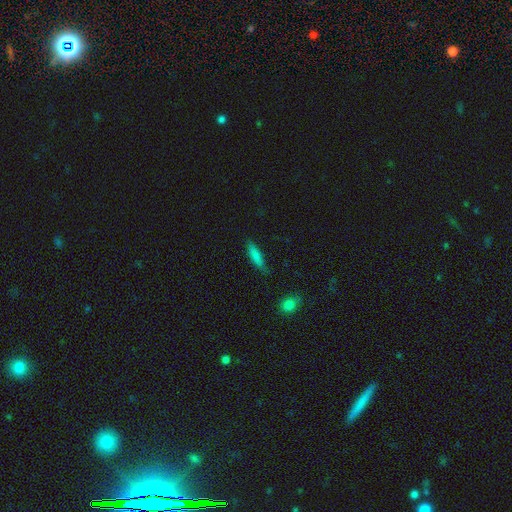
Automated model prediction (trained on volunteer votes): smooth_or_featured: smooth (p=0.79) [alt: featured or disk p=0.12]
how_rounded: cigar-shaped (p=0.74) [alt: in between p=0.24]
merging: none (p=0.77) [alt: minor disturbance p=0.17]